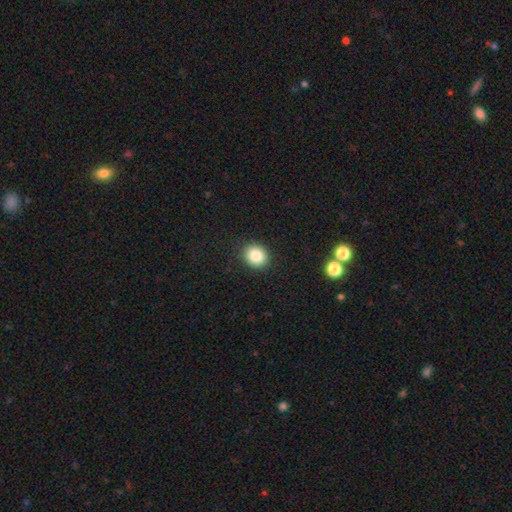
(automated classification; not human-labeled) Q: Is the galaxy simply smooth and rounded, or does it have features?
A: smooth — 85%.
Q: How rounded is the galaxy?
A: round — 69%.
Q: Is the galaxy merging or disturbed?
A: none — 90%.